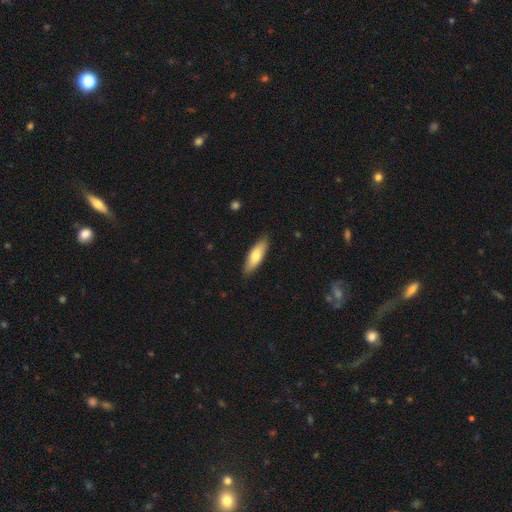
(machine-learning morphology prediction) type=smooth (74%); roundness=in between (51%); merging=none (87%).